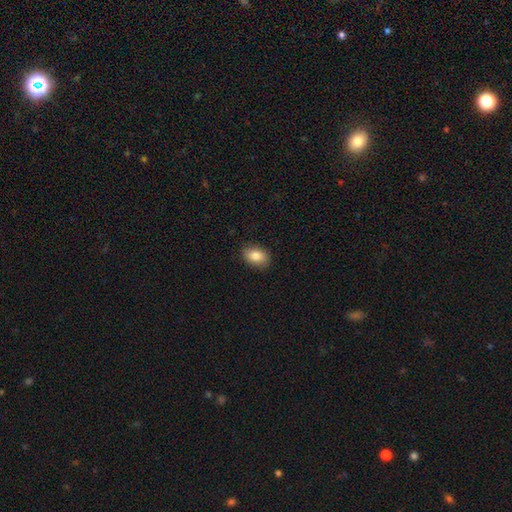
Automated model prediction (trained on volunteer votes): This appears to be a smooth galaxy with no disk features (85%) that is in between round and cigar-shaped (84%). Merging: none (88%).